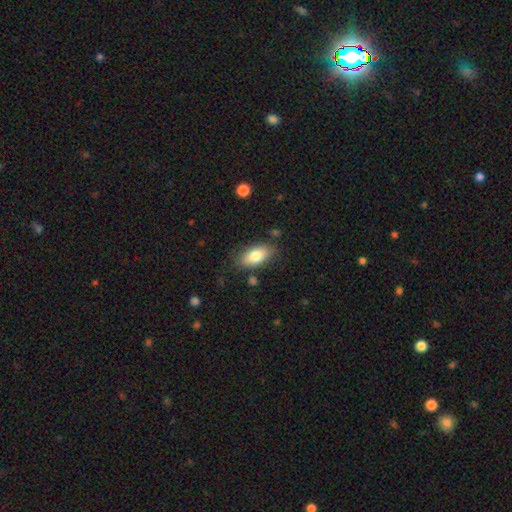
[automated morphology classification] Smooth or featured?
  - smooth: 80% *
  - featured or disk: 14%
  - star or artifact: 7%
How rounded?
  - in between: 90% *
  - cigar-shaped: 6%
  - round: 4%
Merging?
  - none: 81% *
  - minor disturbance: 13%
  - major disturbance: 3%
  - merger: 3%